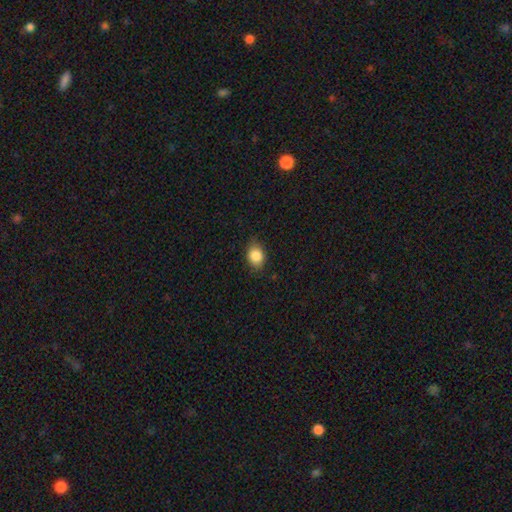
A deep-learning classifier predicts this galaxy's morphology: smooth-or-featured: smooth: 86% | star or artifact: 8% | featured or disk: 6%
  how-rounded: in between: 60% | round: 39% | cigar-shaped: 1%
  merging: none: 78% | minor disturbance: 18% | major disturbance: 3% | merger: 1%